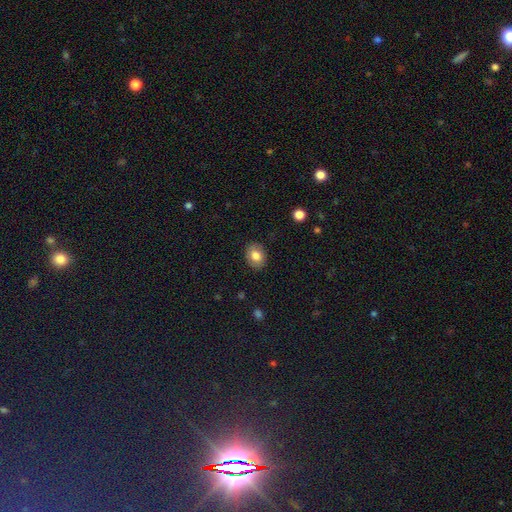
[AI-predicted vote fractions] Smooth or featured? Predicted: smooth (p=0.81). How rounded? Predicted: in between (p=0.61). Merging? Predicted: none (p=0.86).